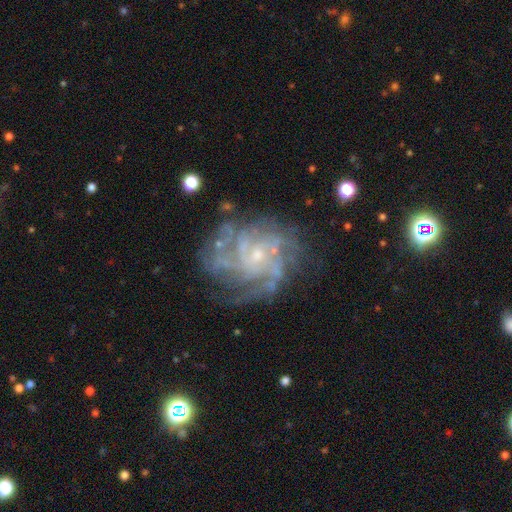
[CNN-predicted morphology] Smooth or featured: featured or disk — 84% (star or artifact — 9%)
Edge-on disk: no — 98% (yes — 2%)
Bar: no — 70% (weak — 26%)
Spiral arms: yes — 91% (no — 9%)
Spiral winding: tight — 51% (medium — 37%)
Spiral arm count: can't tell — 32% (4 — 24%)
Bulge size: small — 69% (moderate — 21%)
Merging: none — 64% (minor disturbance — 19%)